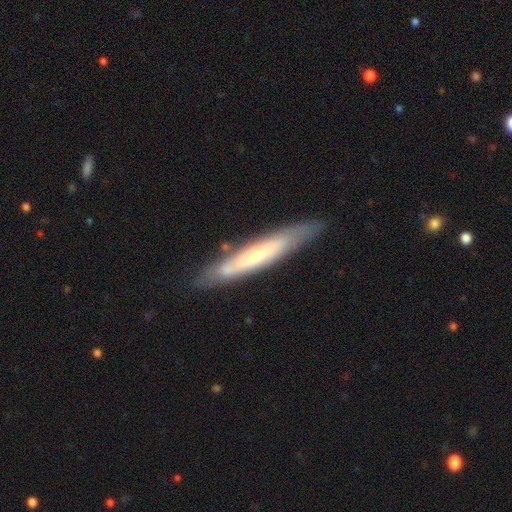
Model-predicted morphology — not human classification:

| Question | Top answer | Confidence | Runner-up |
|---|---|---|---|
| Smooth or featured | featured or disk | 52% | smooth (43%) |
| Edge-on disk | yes | 71% | no (29%) |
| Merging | none | 81% | minor disturbance (14%) |